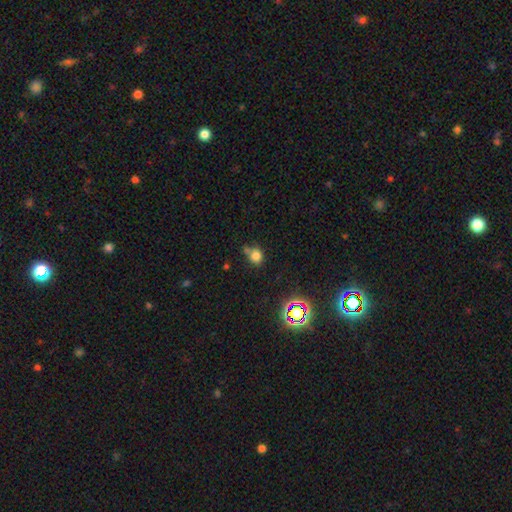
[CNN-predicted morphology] Smooth or featured?
  - smooth: 76% *
  - star or artifact: 16%
  - featured or disk: 8%
How rounded?
  - round: 73% *
  - in between: 26%
  - cigar-shaped: 1%
Merging?
  - none: 58% *
  - merger: 20%
  - minor disturbance: 17%
  - major disturbance: 5%